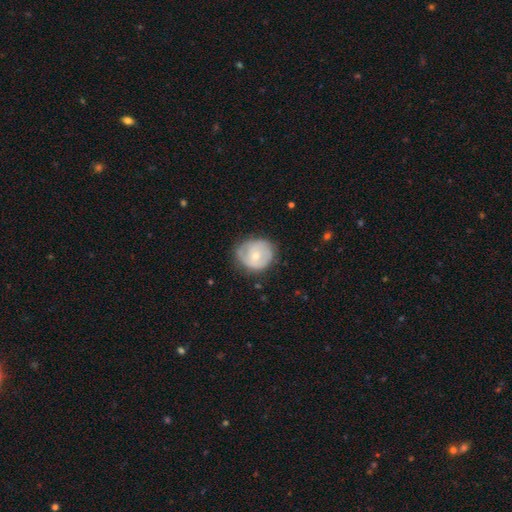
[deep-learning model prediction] Smooth or featured? featured or disk (49%)
Merging? none (59%)